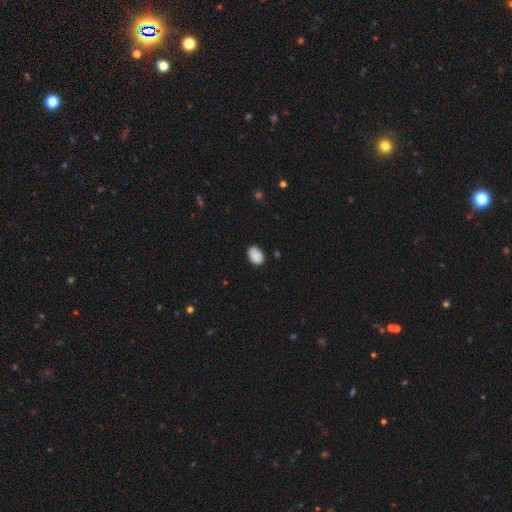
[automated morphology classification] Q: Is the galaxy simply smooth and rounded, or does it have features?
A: smooth — 85%.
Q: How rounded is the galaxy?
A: in between — 71%.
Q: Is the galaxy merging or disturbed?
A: none — 73%.